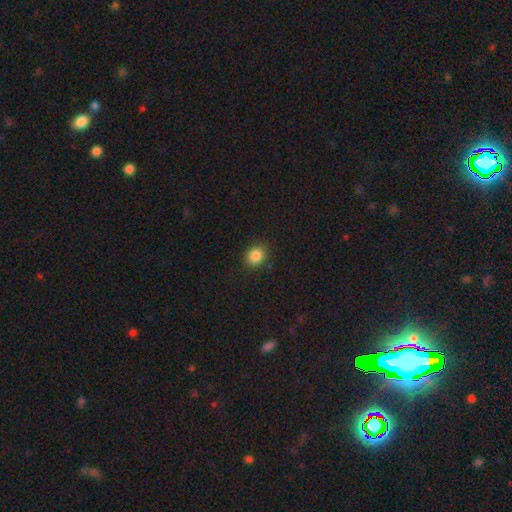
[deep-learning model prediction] smooth_or_featured: smooth (p=0.86) [alt: star or artifact p=0.10]
how_rounded: round (p=0.70) [alt: in between p=0.29]
merging: none (p=0.88) [alt: minor disturbance p=0.09]